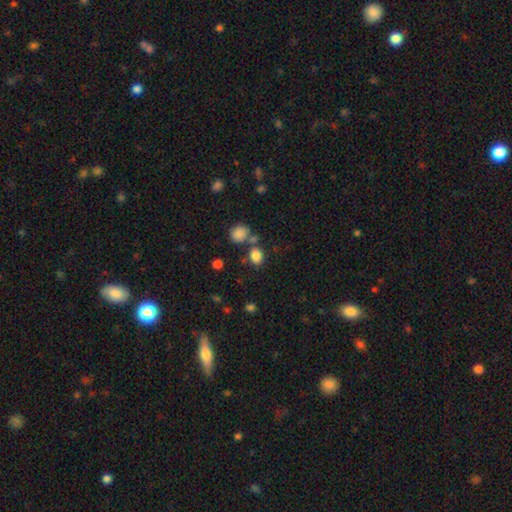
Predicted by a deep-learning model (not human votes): Smooth or featured? Predicted: smooth (p=0.83). How rounded? Predicted: in between (p=0.58). Merging? Predicted: none (p=0.62).